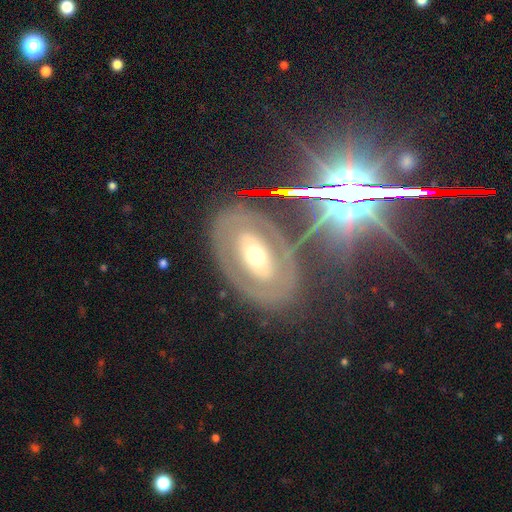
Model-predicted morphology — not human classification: Smooth or featured?
  - featured or disk: 65% *
  - smooth: 23%
  - star or artifact: 12%
Edge-on disk?
  - no: 90% *
  - yes: 10%
Bar?
  - no: 50% *
  - weak: 25%
  - strong: 25%
Spiral arms?
  - no: 68% *
  - yes: 32%
Bulge size?
  - moderate: 69% *
  - small: 16%
  - large: 12%
  - dominant: 2%
  - none: 1%
Merging?
  - none: 77% *
  - minor disturbance: 12%
  - major disturbance: 9%
  - merger: 2%